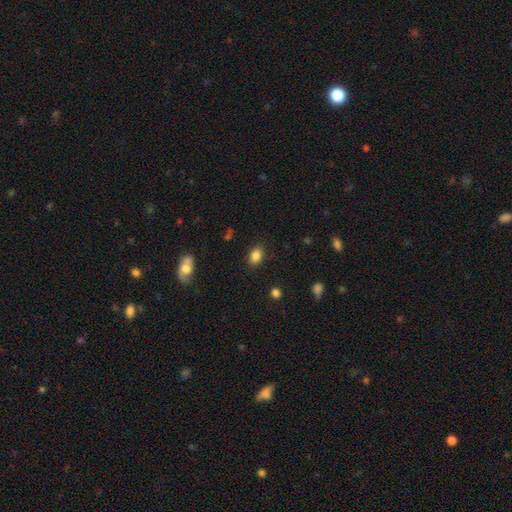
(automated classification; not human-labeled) The model was most divided on "how rounded": in between: 74%, round: 25%, cigar-shaped: 1%. More confident: merging — none (85%); smooth or featured — smooth (85%).